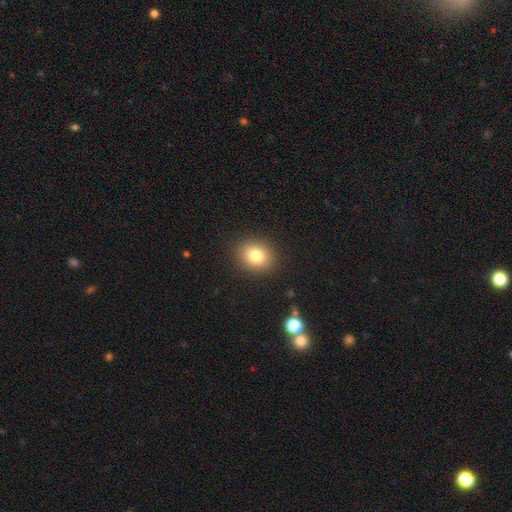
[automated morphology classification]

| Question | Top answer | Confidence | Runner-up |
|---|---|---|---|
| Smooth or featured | smooth | 81% | star or artifact (11%) |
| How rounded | round | 61% | in between (38%) |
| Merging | none | 89% | minor disturbance (7%) |